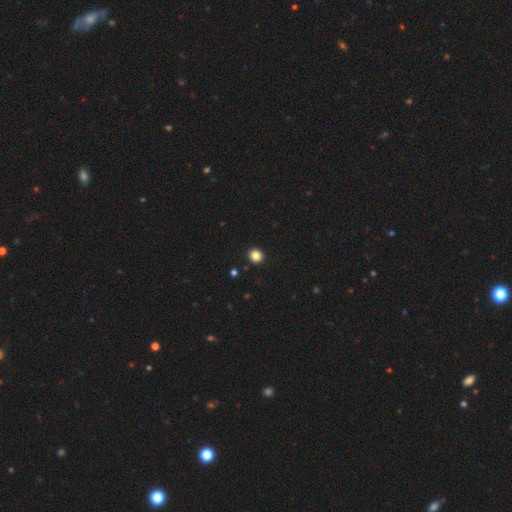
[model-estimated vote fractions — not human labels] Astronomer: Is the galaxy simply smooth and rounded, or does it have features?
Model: smooth — 85%.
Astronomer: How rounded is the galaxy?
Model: round — 90%.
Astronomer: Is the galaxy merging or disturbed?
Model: none — 93%.